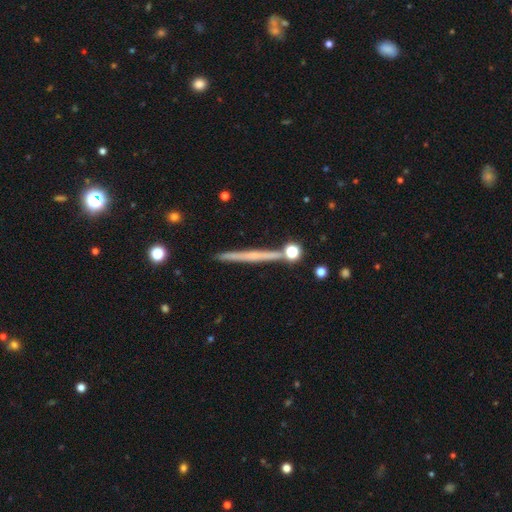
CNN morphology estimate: smooth-or-featured: featured or disk: 56% | smooth: 36% | star or artifact: 8%
  disk-edge-on: yes: 97% | no: 3%
    edge-on-bulge: none: 76% | rounded: 19% | boxy: 5%
  merging: none: 87% | minor disturbance: 7% | merger: 4% | major disturbance: 2%